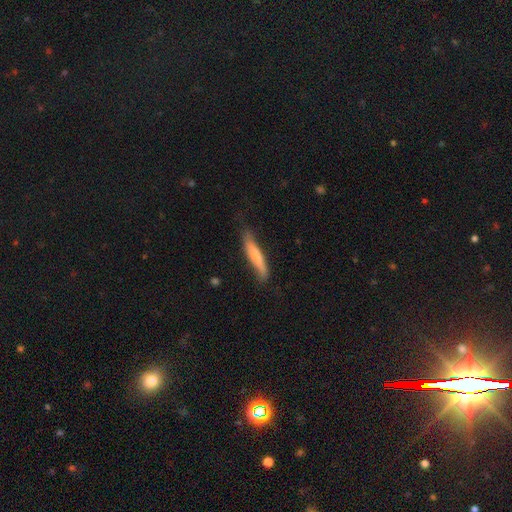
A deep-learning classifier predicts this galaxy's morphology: This is likely a smooth galaxy (64%). How rounded: clearly cigar-shaped (88%). Merging: likely none (67%).